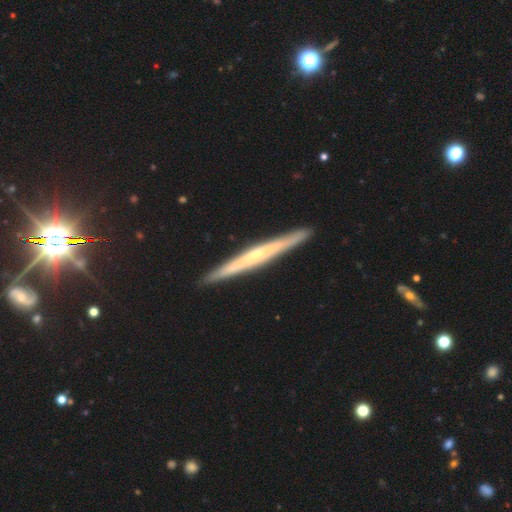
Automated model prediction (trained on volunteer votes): smooth_or_featured: featured or disk (p=0.68) [alt: smooth p=0.26]
disk_edge_on: yes (p=0.97) [alt: no p=0.03]
edge_on_bulge: none (p=0.51) [alt: rounded p=0.43]
merging: none (p=0.92) [alt: minor disturbance p=0.06]